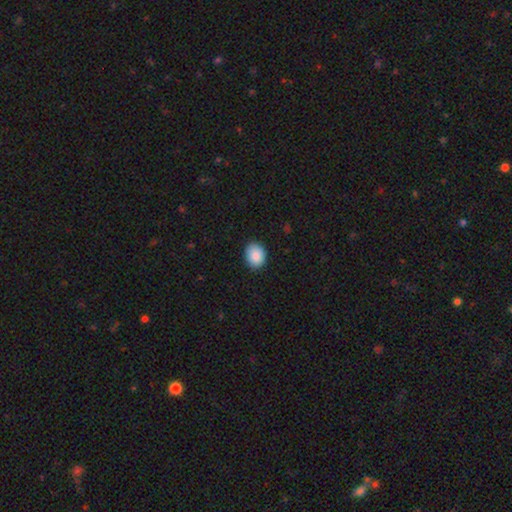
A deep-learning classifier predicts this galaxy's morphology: smooth 88%, star or artifact 8%, featured or disk 4%. Down the decision tree: how rounded — in between (54%); merging — none (86%).